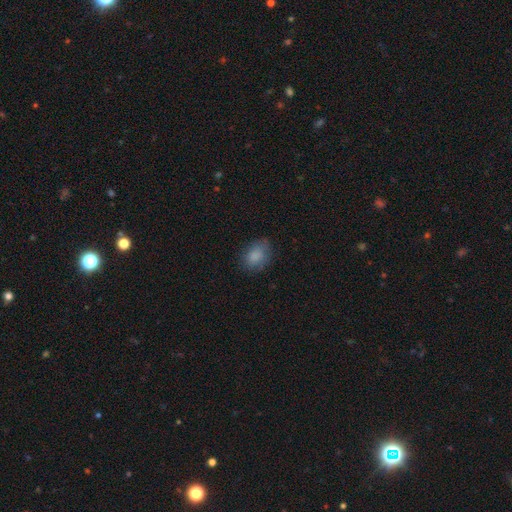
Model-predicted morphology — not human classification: smooth 85%, star or artifact 8%, featured or disk 7%. Down the decision tree: how rounded — in between (68%); merging — none (75%).